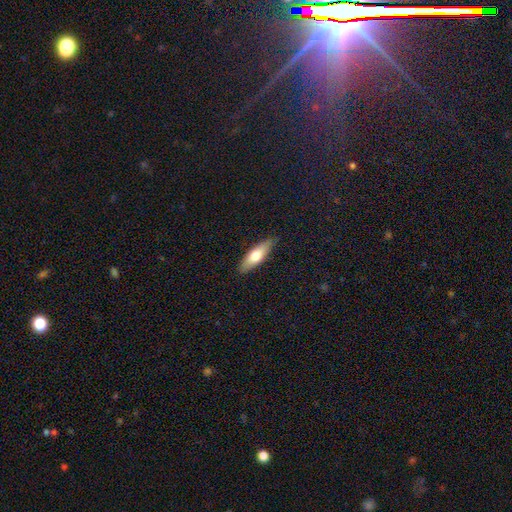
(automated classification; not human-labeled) Overall: smooth (64%; featured or disk 30%). How rounded: cigar-shaped (50%; in between 48%). Merging: none (87%).